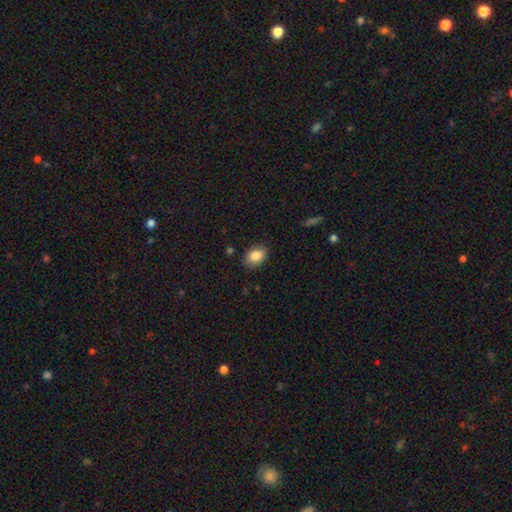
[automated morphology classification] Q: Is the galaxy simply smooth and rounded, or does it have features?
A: smooth — 86%.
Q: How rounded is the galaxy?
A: in between — 78%.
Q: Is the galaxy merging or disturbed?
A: none — 84%.